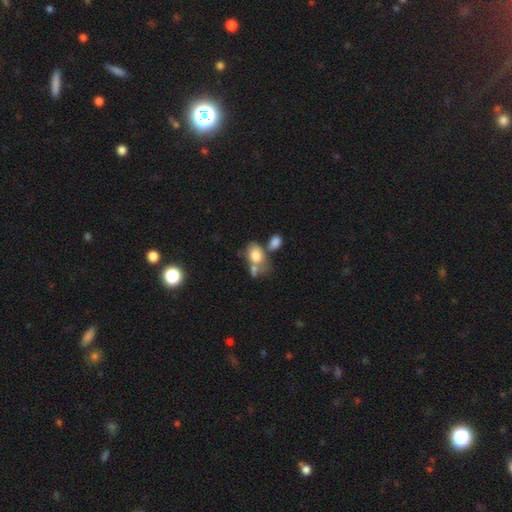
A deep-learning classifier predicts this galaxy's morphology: Smooth or featured? smooth (73%)
How rounded? in between (78%)
Merging? merger (40%)